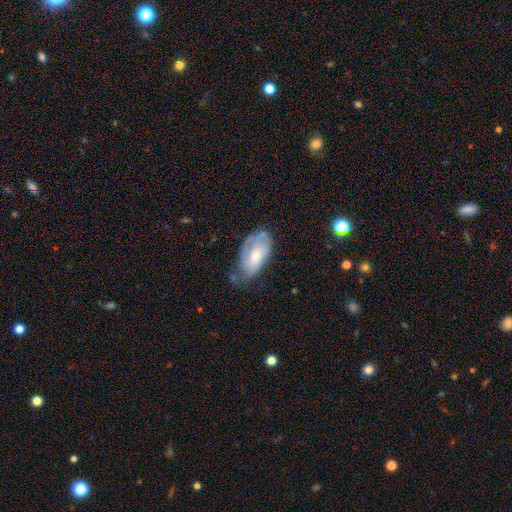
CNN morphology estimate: Overall: smooth (47%; featured or disk 46%). Merging: none (44%; minor disturbance 37%).